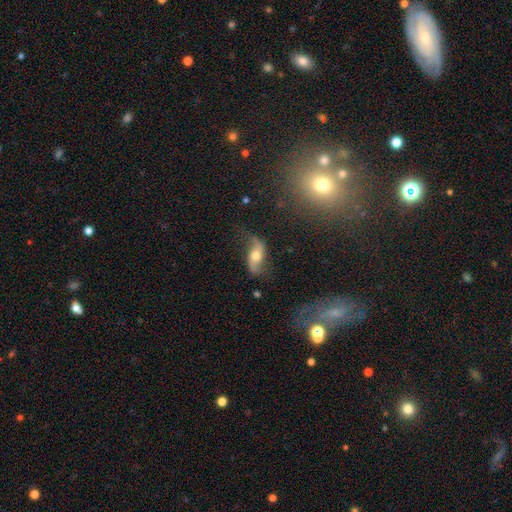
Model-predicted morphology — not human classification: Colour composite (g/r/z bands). It shows a featured or disk galaxy (74%) with no bar (60%), 2 (92%) loose (83%) spiral arms (91%) and a moderate central bulge (68%). Merging: none (66%).